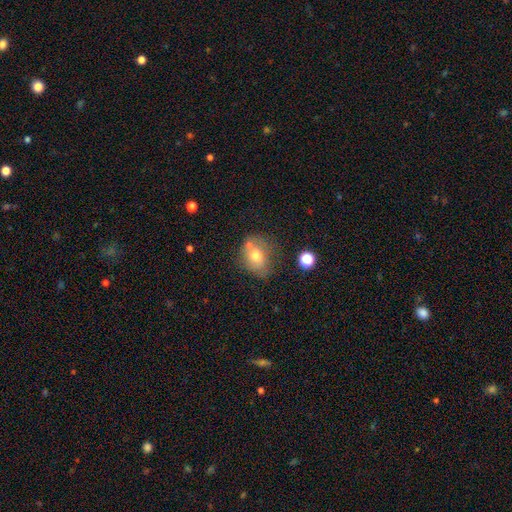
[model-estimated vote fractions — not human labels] smooth 68%, featured or disk 21%, star or artifact 11%. Down the decision tree: how rounded — round (56%); merging — none (52%).